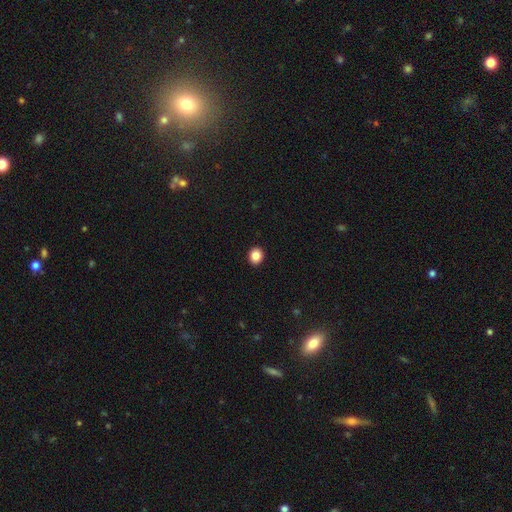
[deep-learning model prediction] Overall: smooth (86%). How rounded: round (77%). Merging: none (93%).